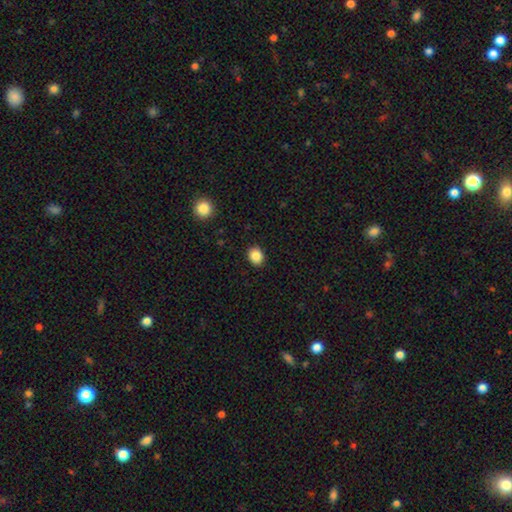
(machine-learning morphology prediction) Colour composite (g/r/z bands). It shows a smooth galaxy with no disk features (87%) that is round (58%). Merging: none (90%).